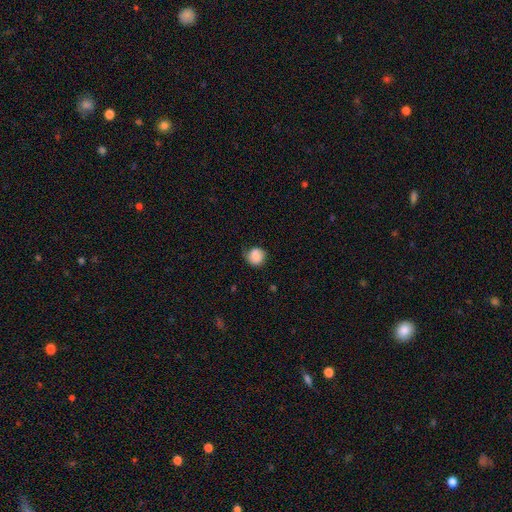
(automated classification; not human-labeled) Smooth or featured?
  - smooth: 80% *
  - featured or disk: 11%
  - star or artifact: 8%
How rounded?
  - round: 82% *
  - in between: 17%
  - cigar-shaped: 1%
Merging?
  - none: 56% *
  - minor disturbance: 31%
  - major disturbance: 11%
  - merger: 2%